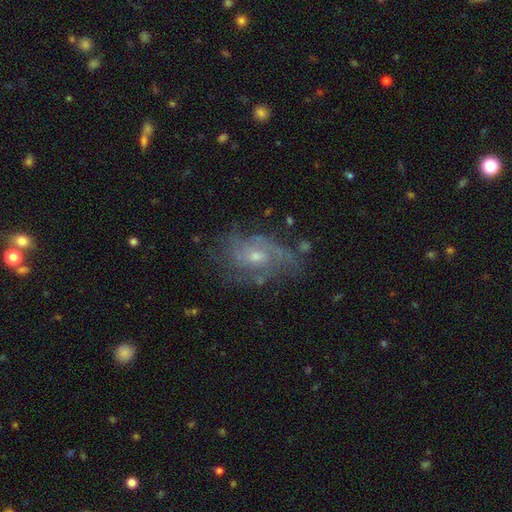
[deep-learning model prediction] Smooth or featured? Predicted: featured or disk (p=0.74). Edge-on disk? Predicted: no (p=0.96). Bar? Predicted: no (p=0.70). Spiral arms? Predicted: yes (p=0.85). Spiral winding? Predicted: medium (p=0.42). Spiral arm count? Predicted: can't tell (p=0.40). Bulge size? Predicted: small (p=0.53). Merging? Predicted: none (p=0.62).